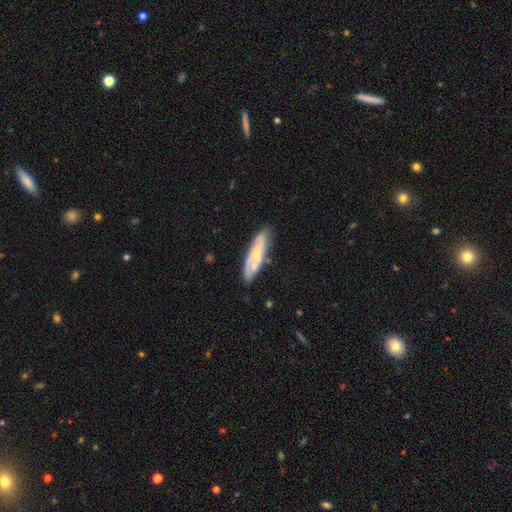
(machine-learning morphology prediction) This appears to be a featured or disk galaxy (56%). Merging: none (77%).